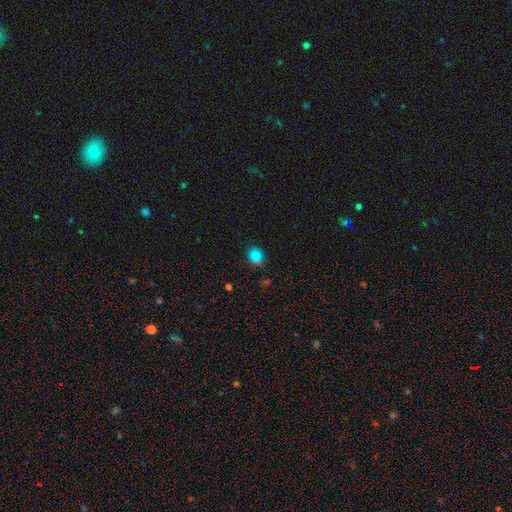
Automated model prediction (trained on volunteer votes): smooth_or_featured: smooth (p=0.75) [alt: star or artifact p=0.19]
how_rounded: round (p=0.69) [alt: in between p=0.30]
merging: none (p=0.69) [alt: minor disturbance p=0.14]